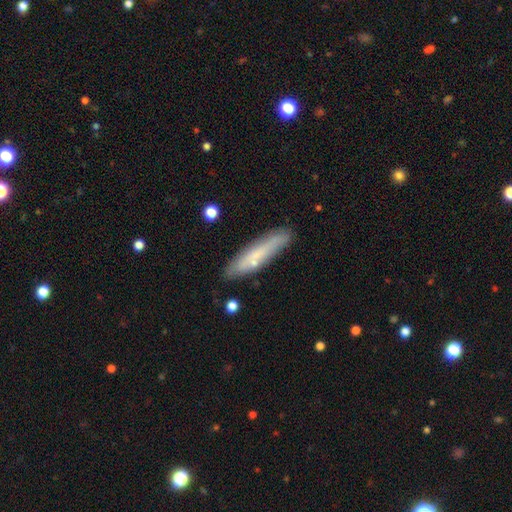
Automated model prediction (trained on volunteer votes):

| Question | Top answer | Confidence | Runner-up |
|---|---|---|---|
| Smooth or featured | smooth | 60% | featured or disk (33%) |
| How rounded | cigar-shaped | 84% | in between (15%) |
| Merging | none | 80% | minor disturbance (15%) |